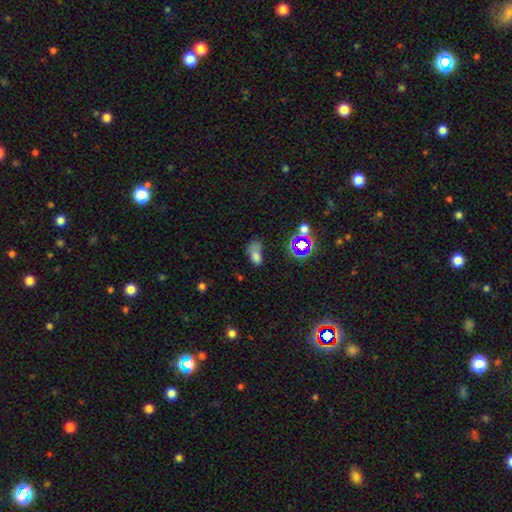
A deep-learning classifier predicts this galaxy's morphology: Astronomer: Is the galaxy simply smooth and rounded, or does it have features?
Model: smooth — 66%.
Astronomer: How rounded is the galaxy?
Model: in between — 85%.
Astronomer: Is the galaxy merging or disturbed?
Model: none — 32% (runner-up: minor disturbance, 30%).